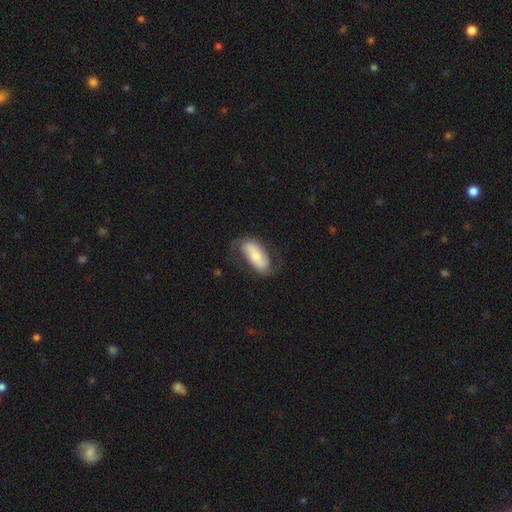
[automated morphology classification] This is possibly a featured or disk galaxy (55%). It is clearly not viewed edge-on (90%). Merging: likely none (65%).